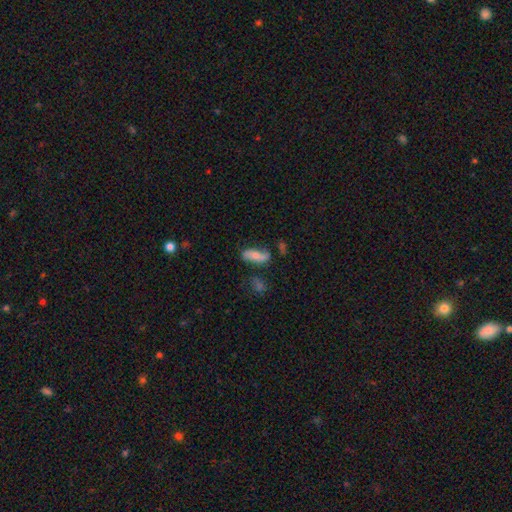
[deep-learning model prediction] A smooth galaxy with no disk features (55%) that is in between round and cigar-shaped (72%). Merging: none (63%).